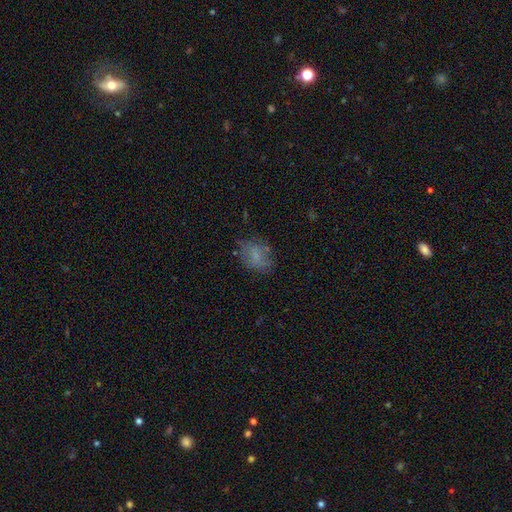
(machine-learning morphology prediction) A smooth galaxy with no disk features (64%) that is in between round and cigar-shaped (68%).

Vote fractions:
- Smooth or featured? smooth: 64% / featured or disk: 25% / star or artifact: 12%
- How rounded? in between: 68% / round: 31% / cigar-shaped: 2%
- Merging? none: 64% / minor disturbance: 23% / major disturbance: 11% / merger: 3%